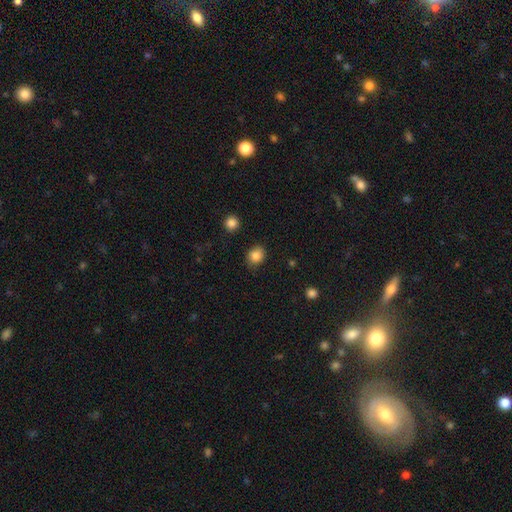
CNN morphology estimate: type=smooth (85%); roundness=round (67%); merging=none (80%).